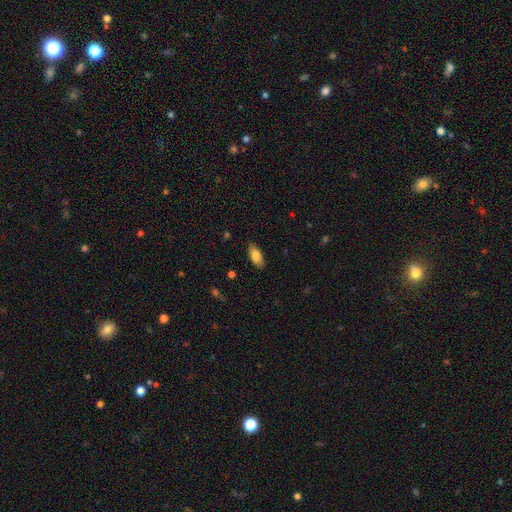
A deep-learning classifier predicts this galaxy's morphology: smooth-or-featured: smooth: 82% | featured or disk: 11% | star or artifact: 7%
  how-rounded: in between: 87% | cigar-shaped: 11% | round: 2%
  merging: none: 86% | minor disturbance: 11% | major disturbance: 2% | merger: 1%